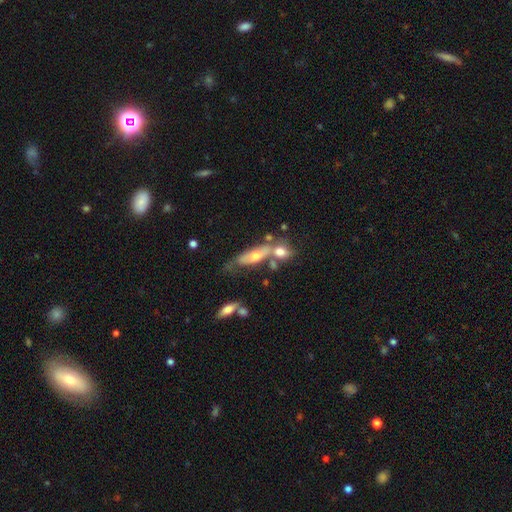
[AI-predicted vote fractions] A featured or disk galaxy (55%). Merging: merger (40%).